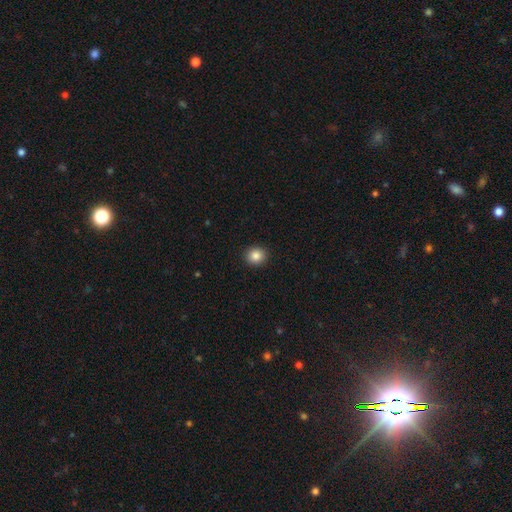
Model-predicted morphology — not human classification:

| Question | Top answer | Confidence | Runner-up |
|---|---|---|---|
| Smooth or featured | smooth | 85% | star or artifact (10%) |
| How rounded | round | 82% | in between (17%) |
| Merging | none | 92% | minor disturbance (5%) |